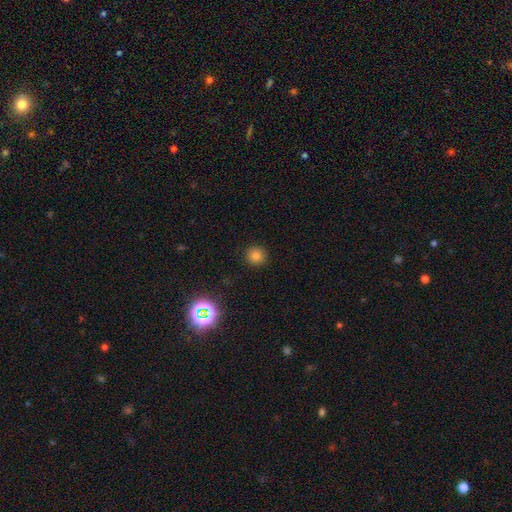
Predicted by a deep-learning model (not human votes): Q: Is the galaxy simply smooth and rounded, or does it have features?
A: smooth — 79%.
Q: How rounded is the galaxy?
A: round — 94%.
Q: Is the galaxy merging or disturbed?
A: none — 92%.